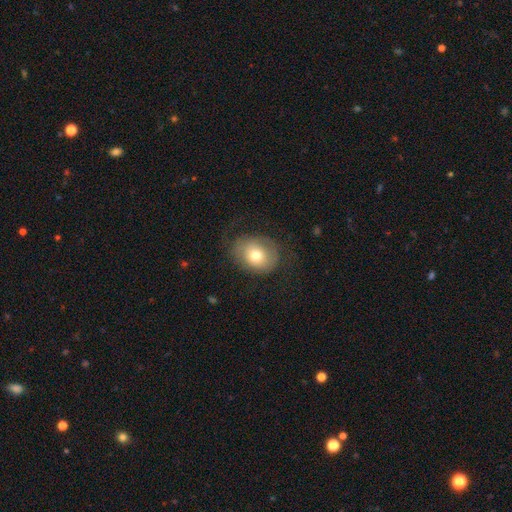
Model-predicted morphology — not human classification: Smooth or featured: smooth — 68% (featured or disk — 23%)
How rounded: round — 51% (in between — 48%)
Merging: none — 63% (minor disturbance — 21%)